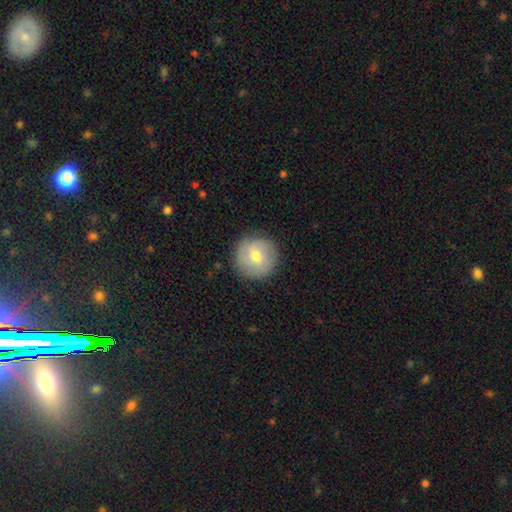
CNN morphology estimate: A smooth galaxy with no disk features (69%) that is round (95%). Merging: none (87%).